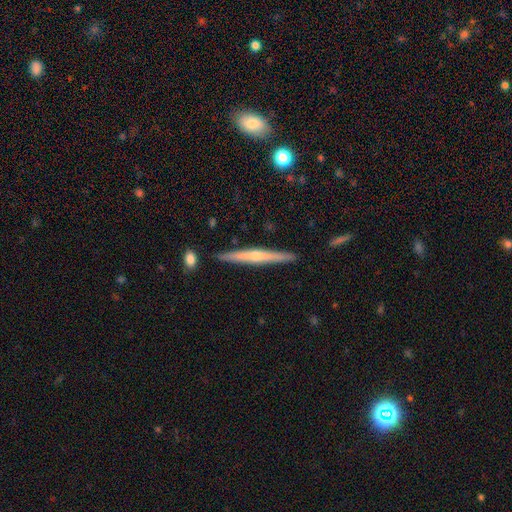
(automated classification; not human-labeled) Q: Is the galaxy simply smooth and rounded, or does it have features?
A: featured or disk — 73%.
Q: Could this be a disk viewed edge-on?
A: yes — 98%.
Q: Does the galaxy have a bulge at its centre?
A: rounded — 77%.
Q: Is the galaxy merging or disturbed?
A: none — 88%.